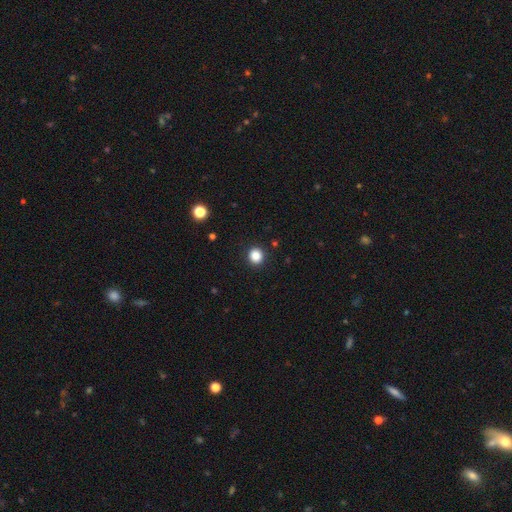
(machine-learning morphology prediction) smooth_or_featured: smooth (p=0.86) [alt: star or artifact p=0.11]
how_rounded: round (p=0.87) [alt: in between p=0.12]
merging: none (p=0.92) [alt: minor disturbance p=0.05]